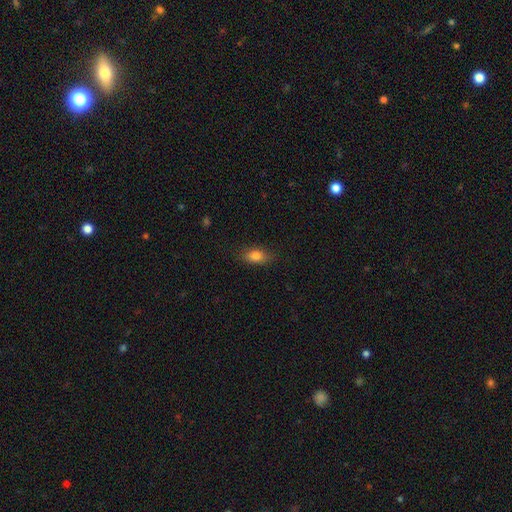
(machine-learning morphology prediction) Smooth or featured: smooth — 82% (star or artifact — 9%)
How rounded: in between — 83% (cigar-shaped — 11%)
Merging: none — 81% (minor disturbance — 15%)